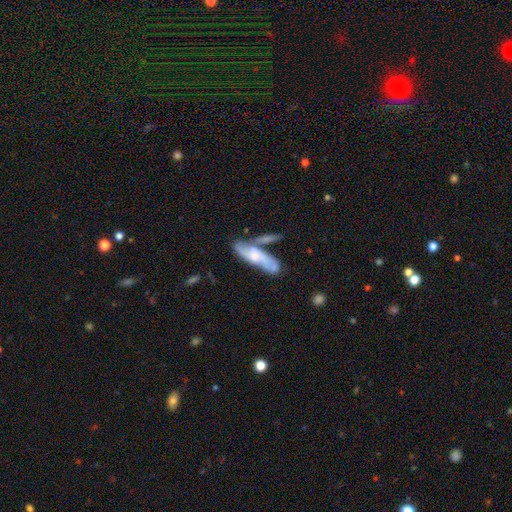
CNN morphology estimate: This is possibly a featured or disk galaxy (58%). It is likely not viewed edge-on (74%). Merging: marginally none (40%).